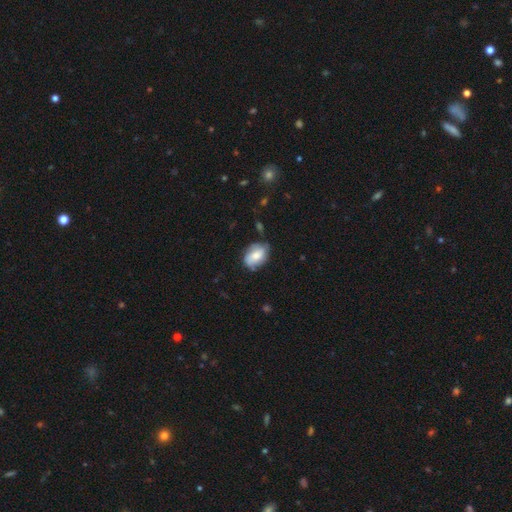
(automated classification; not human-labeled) smooth_or_featured: smooth (p=0.66) [alt: featured or disk p=0.27]
how_rounded: in between (p=0.81) [alt: round p=0.18]
merging: none (p=0.63) [alt: minor disturbance p=0.28]